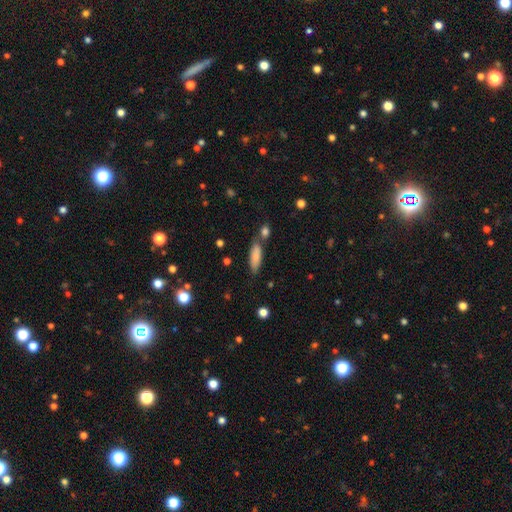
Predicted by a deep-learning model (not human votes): Smooth or featured? Predicted: smooth (p=0.82). How rounded? Predicted: in between (p=0.55). Merging? Predicted: none (p=0.64).